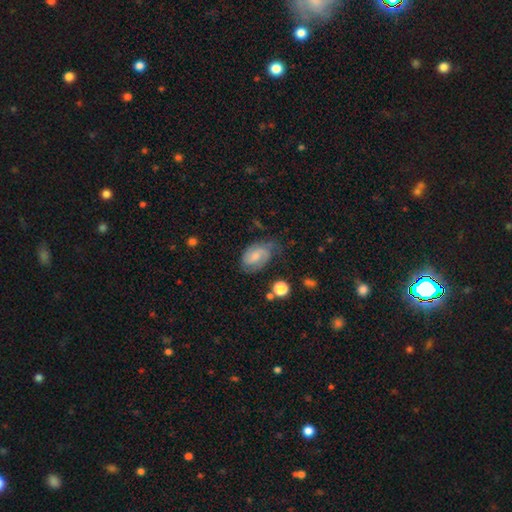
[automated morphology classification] Smooth or featured? featured or disk (59%)
Edge-on disk? no (97%)
Bar? weak (49%)
Spiral arms? yes (89%)
Spiral winding? medium (45%)
Spiral arm count? 2 (72%)
Bulge size? small (43%)
Merging? none (56%)